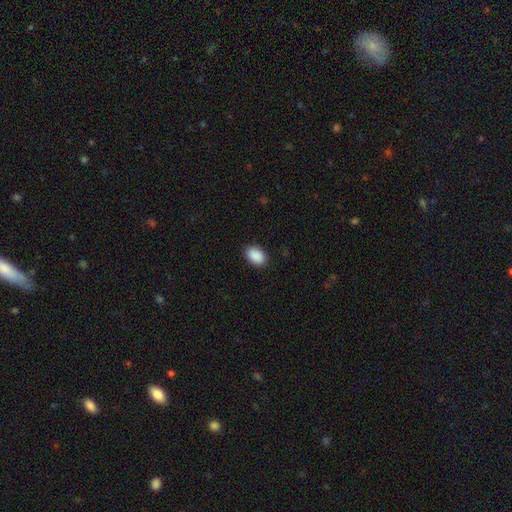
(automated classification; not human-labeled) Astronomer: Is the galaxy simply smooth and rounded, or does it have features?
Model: smooth — 91%.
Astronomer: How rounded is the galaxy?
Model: in between — 84%.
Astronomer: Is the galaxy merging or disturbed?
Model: none — 89%.